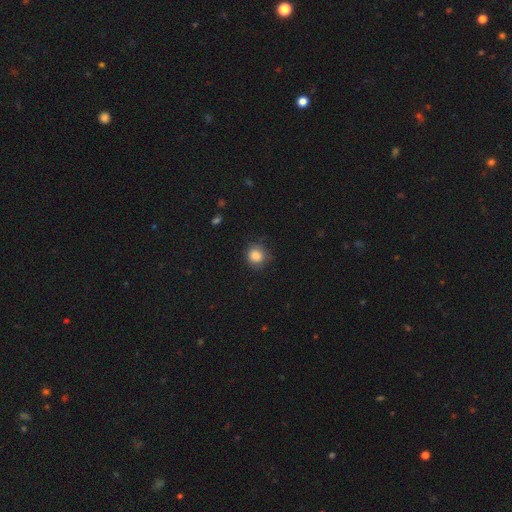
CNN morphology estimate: Overall: smooth (86%). How rounded: round (86%). Merging: none (75%).